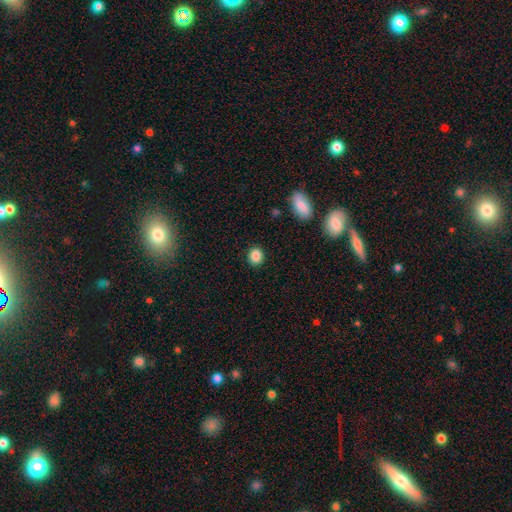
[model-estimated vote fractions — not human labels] Smooth or featured?
  - smooth: 86% *
  - star or artifact: 10%
  - featured or disk: 4%
How rounded?
  - round: 76% *
  - in between: 23%
  - cigar-shaped: 1%
Merging?
  - none: 91% *
  - minor disturbance: 6%
  - major disturbance: 2%
  - merger: 1%